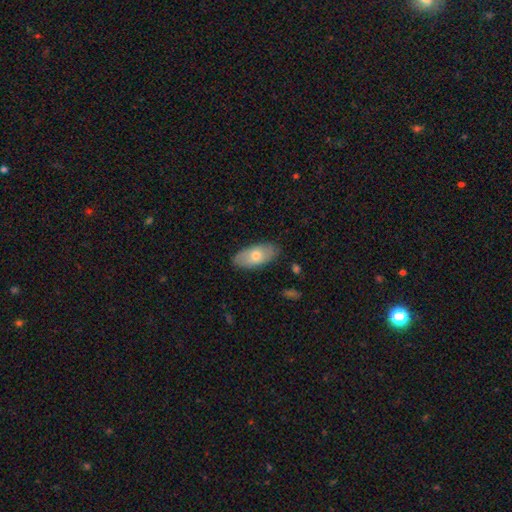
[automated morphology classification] A smooth galaxy with no disk features (67%) that is in between round and cigar-shaped (92%). Merging: none (84%).